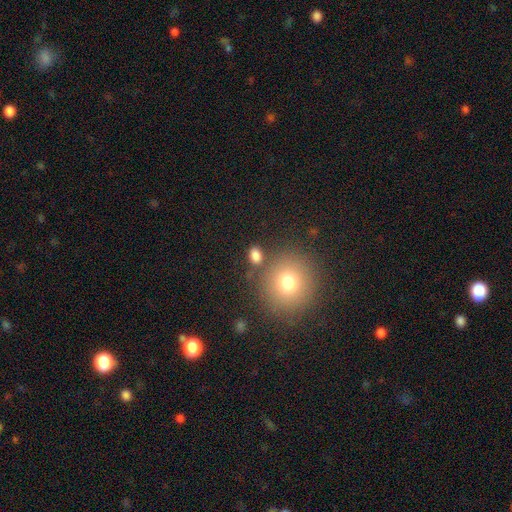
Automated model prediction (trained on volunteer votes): A smooth galaxy with no disk features (80%) that is in between round and cigar-shaped (62%).

Vote fractions:
- Smooth or featured? smooth: 80% / star or artifact: 13% / featured or disk: 7%
- How rounded? in between: 62% / round: 36% / cigar-shaped: 2%
- Merging? none: 73% / merger: 11% / minor disturbance: 11% / major disturbance: 5%